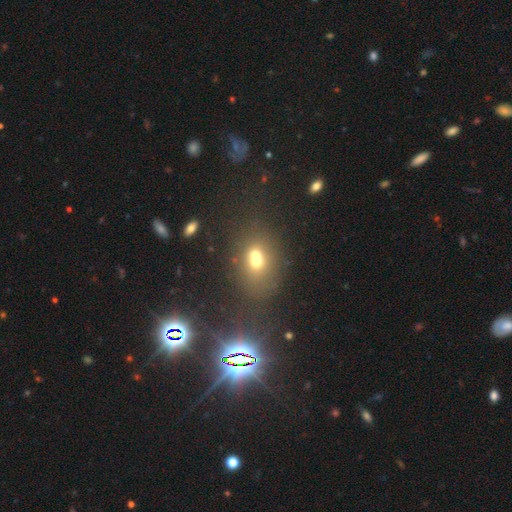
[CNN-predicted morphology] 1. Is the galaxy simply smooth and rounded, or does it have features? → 59% smooth, 23% featured or disk, 18% star or artifact.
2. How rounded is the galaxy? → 49% round (tied), 49% in between (tied), 2% cigar-shaped.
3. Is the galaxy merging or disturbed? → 57% merger, 29% none, 8% minor disturbance, 6% major disturbance.